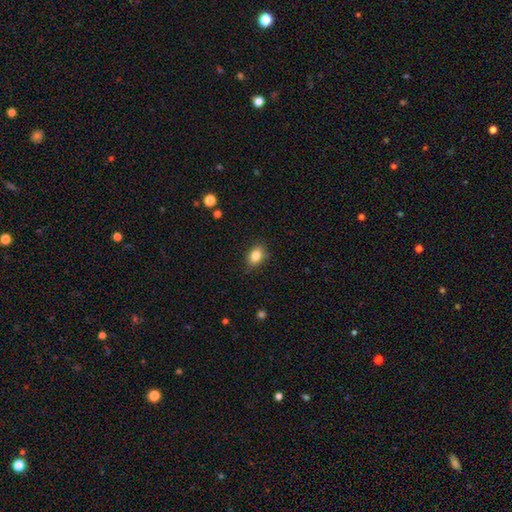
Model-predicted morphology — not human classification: This is clearly a smooth galaxy (84%). How rounded: likely in between (76%). Merging: clearly none (82%).